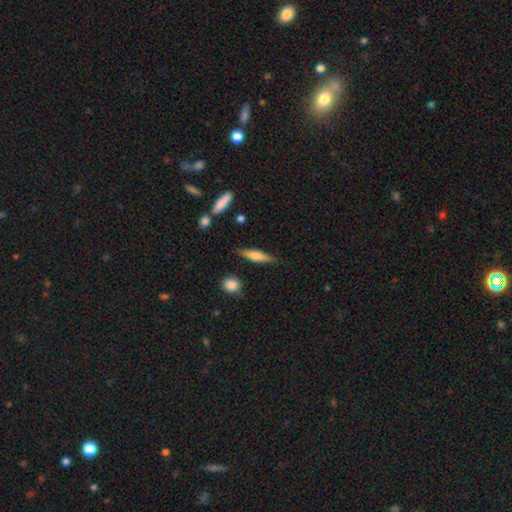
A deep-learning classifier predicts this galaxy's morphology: Smooth or featured?
  - smooth: 57% *
  - featured or disk: 37%
  - star or artifact: 6%
How rounded?
  - cigar-shaped: 74% *
  - in between: 24%
  - round: 3%
Merging?
  - none: 83% *
  - minor disturbance: 12%
  - major disturbance: 3%
  - merger: 3%